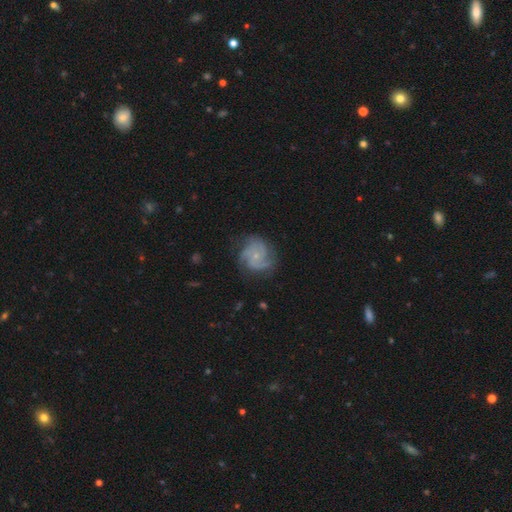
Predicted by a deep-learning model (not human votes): This appears to be a featured or disk galaxy (81%) with no bar (78%), 3 (46%) tight (45%) spiral arms (96%) and a small central bulge (76%). Merging: none (71%).